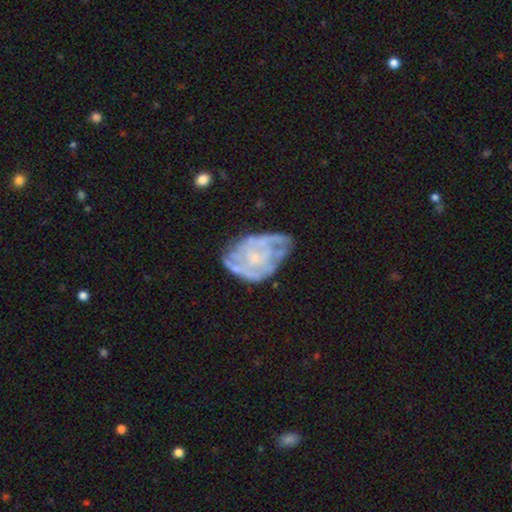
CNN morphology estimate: The model was most divided on "merging": none: 45%, minor disturbance: 31%, major disturbance: 20%, merger: 4%. More confident: edge-on disk — no (97%); bar — no (78%); smooth or featured — featured or disk (75%); spiral arms — yes (62%); bulge size — small (58%).